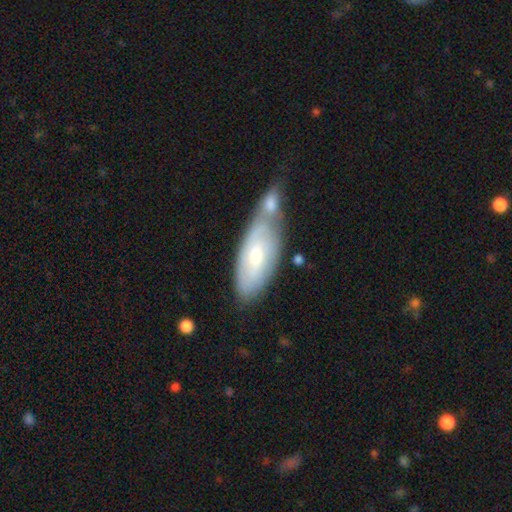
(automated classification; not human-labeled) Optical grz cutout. It shows a smooth galaxy with no disk features (53%) that is in between round and cigar-shaped (80%). Merging: merger (42%).